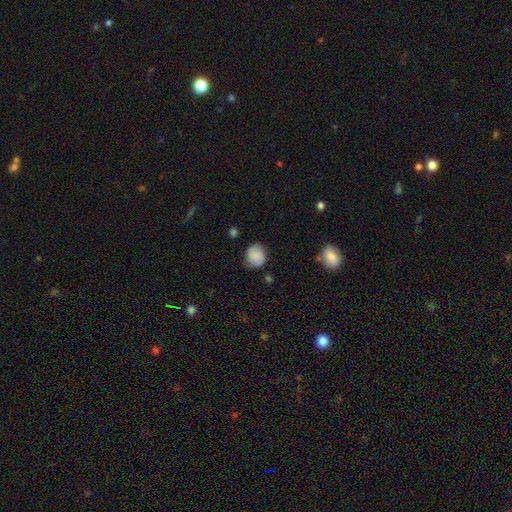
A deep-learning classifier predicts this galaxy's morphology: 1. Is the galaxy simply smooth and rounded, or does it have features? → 76% smooth, 15% featured or disk, 9% star or artifact.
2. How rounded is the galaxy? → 73% round, 26% in between, 1% cigar-shaped.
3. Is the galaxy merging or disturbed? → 75% none, 18% minor disturbance, 5% major disturbance, 2% merger.